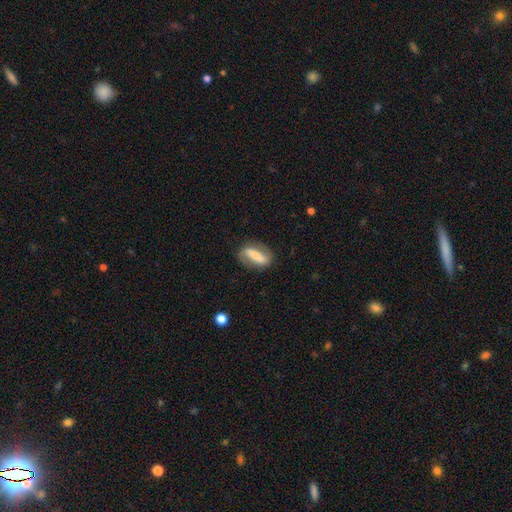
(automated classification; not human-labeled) Smooth or featured: featured or disk — 49% (smooth — 44%)
Merging: none — 78% (minor disturbance — 15%)